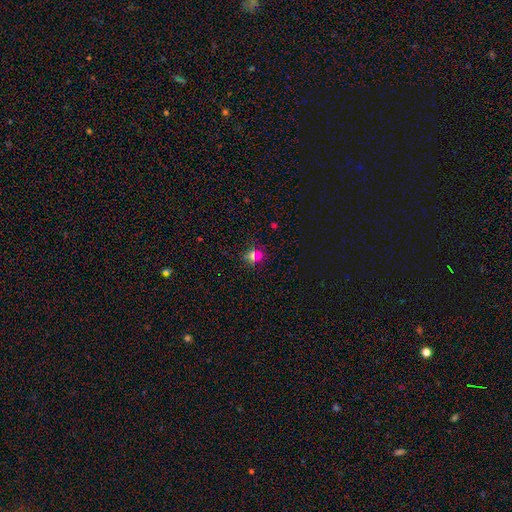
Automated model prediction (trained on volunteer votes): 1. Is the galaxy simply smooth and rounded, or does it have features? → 61% smooth, 28% star or artifact, 11% featured or disk.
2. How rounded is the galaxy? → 72% round, 25% in between, 3% cigar-shaped.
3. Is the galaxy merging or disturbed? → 77% none, 11% minor disturbance, 8% merger, 4% major disturbance.